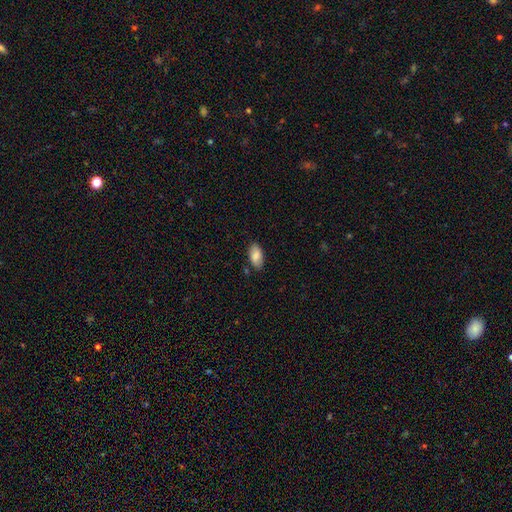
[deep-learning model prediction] Morphology: type=smooth (84%); roundness=in between (93%); merging=none (82%).